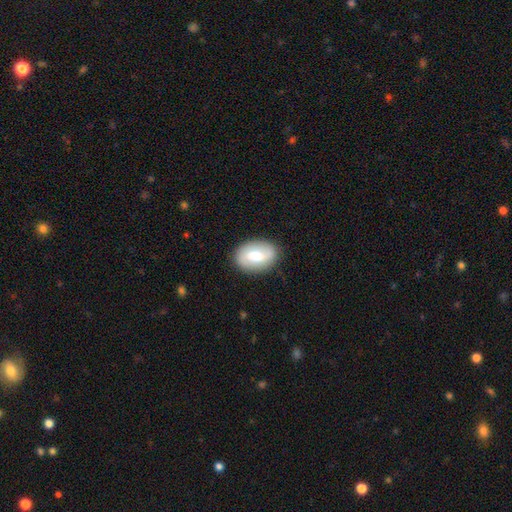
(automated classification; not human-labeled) Morphology: type=smooth (58%); roundness=in between (85%); merging=none (85%).